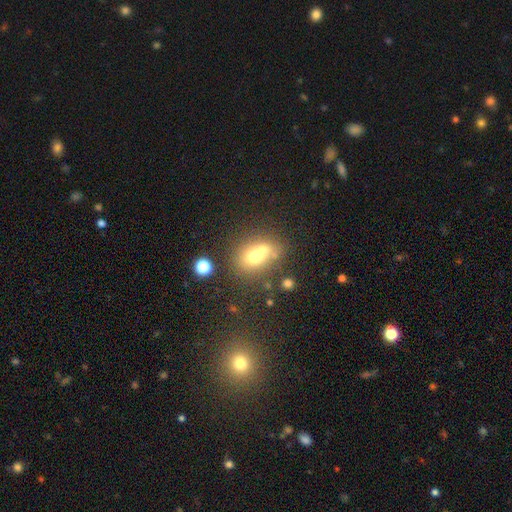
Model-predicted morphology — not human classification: A smooth galaxy with no disk features (64%) that is in between round and cigar-shaped (58%). Merging: merger (46%).